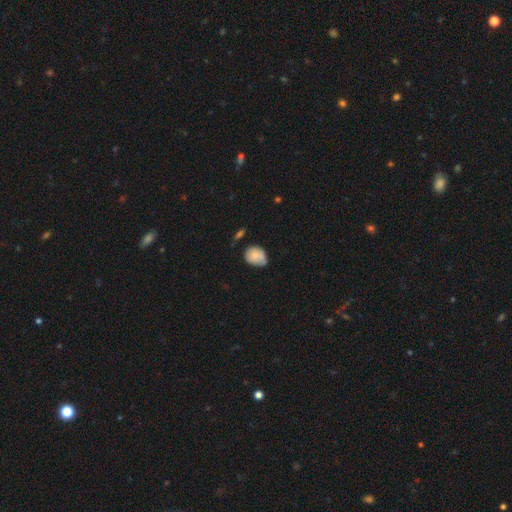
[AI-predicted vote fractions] Smooth or featured? smooth (77%)
How rounded? round (51%)
Merging? none (48%)